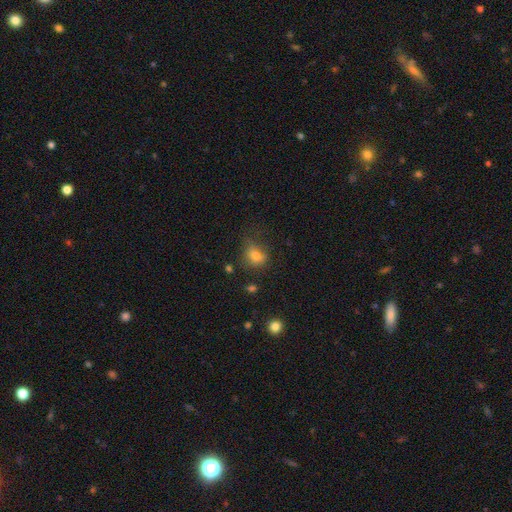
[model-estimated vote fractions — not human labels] Smooth or featured? smooth (76%)
How rounded? round (52%)
Merging? none (57%)